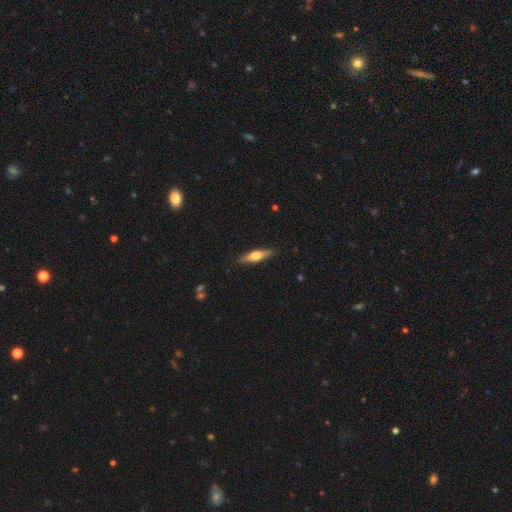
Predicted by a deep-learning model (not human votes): Smooth or featured? featured or disk (52%)
Edge-on disk? yes (94%)
Merging? none (87%)